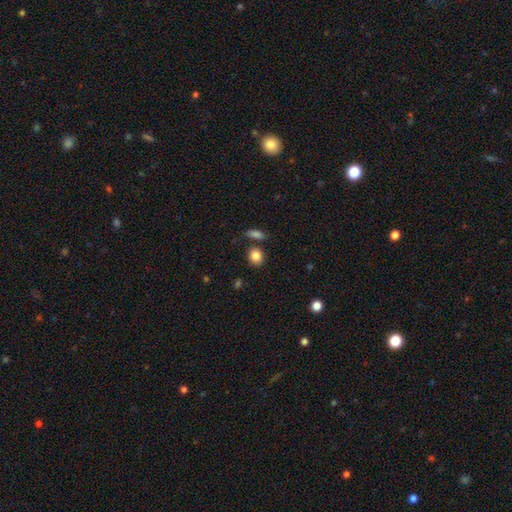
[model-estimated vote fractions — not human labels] The model was most divided on "how rounded": round: 67%, in between: 32%, cigar-shaped: 2%. More confident: smooth or featured — smooth (86%); merging — none (75%).